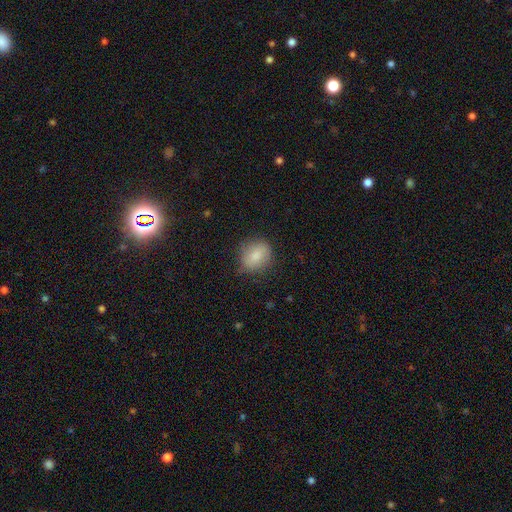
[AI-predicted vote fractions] Smooth or featured? Predicted: smooth (p=0.83). How rounded? Predicted: round (p=0.61). Merging? Predicted: none (p=0.72).